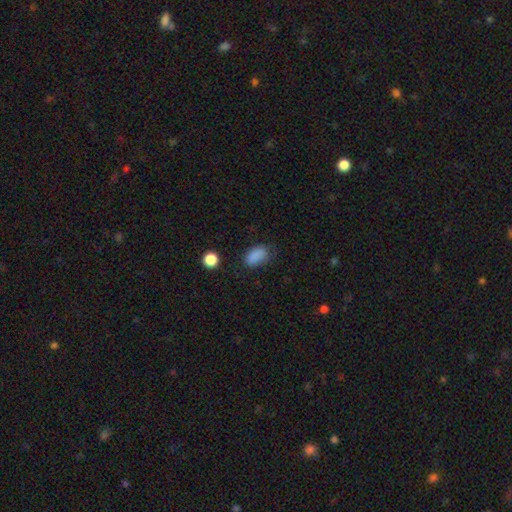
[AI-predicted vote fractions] Smooth or featured?
  - smooth: 85% *
  - star or artifact: 11%
  - featured or disk: 4%
How rounded?
  - in between: 88% *
  - round: 9%
  - cigar-shaped: 2%
Merging?
  - none: 69% *
  - minor disturbance: 22%
  - major disturbance: 7%
  - merger: 2%